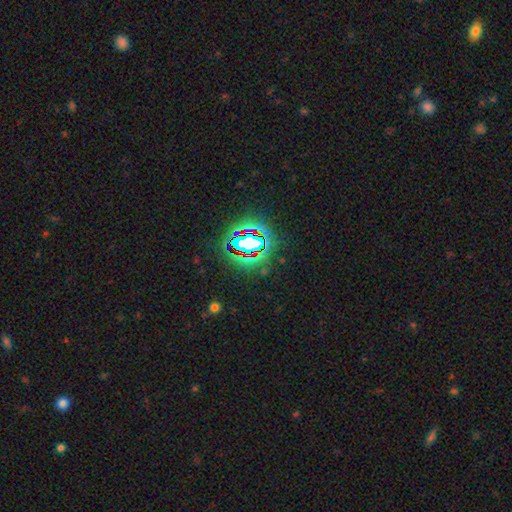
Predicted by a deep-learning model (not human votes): Smooth or featured?
  - star or artifact: 80% *
  - smooth: 11%
  - featured or disk: 8%